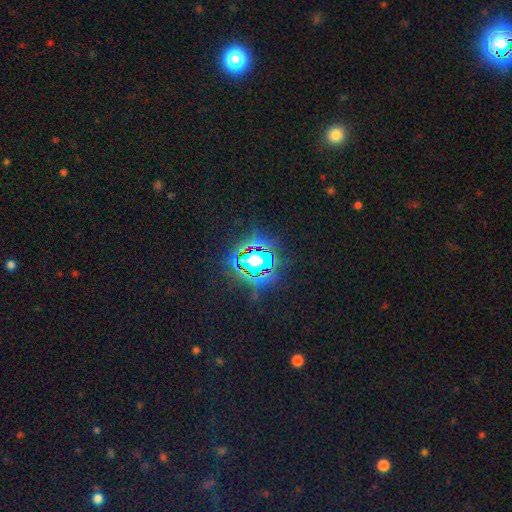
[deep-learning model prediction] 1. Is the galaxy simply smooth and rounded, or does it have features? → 82% star or artifact, 10% smooth, 7% featured or disk.